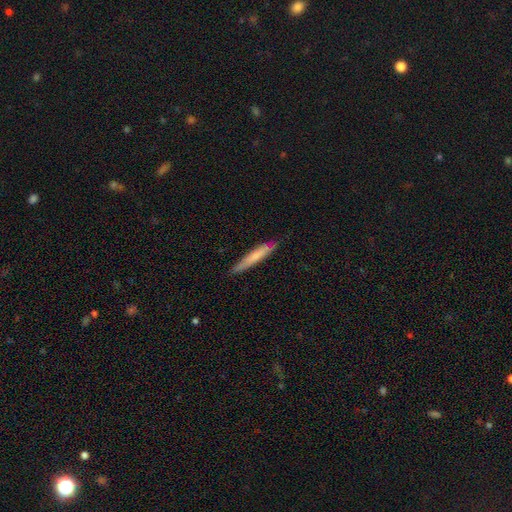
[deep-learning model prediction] A smooth galaxy with no disk features (63%) that is cigar-shaped (94%). Merging: none (83%).